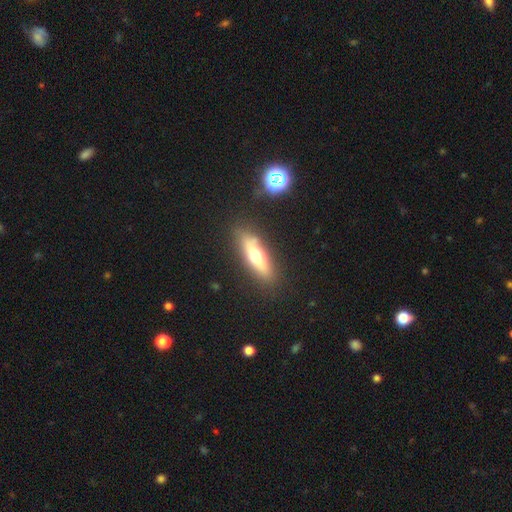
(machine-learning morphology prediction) Smooth or featured: smooth — 48% (featured or disk — 44%)
Merging: none — 82% (minor disturbance — 12%)